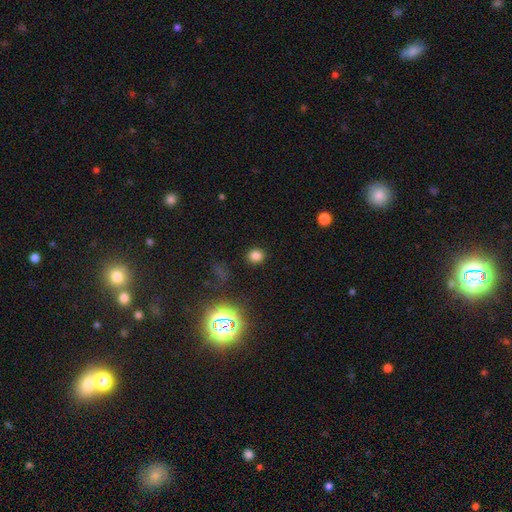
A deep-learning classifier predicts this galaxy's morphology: Smooth or featured? Predicted: smooth (p=0.77). How rounded? Predicted: round (p=0.77). Merging? Predicted: none (p=0.89).